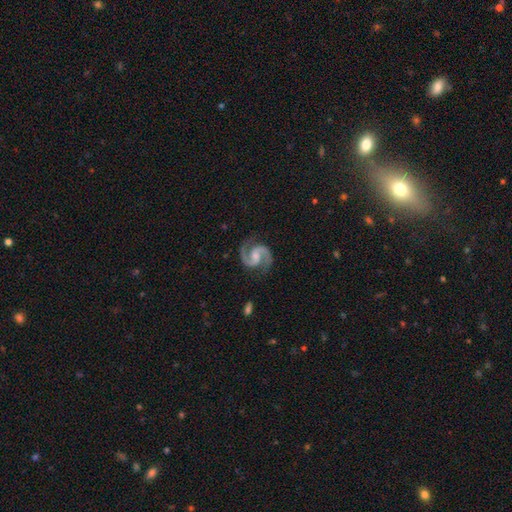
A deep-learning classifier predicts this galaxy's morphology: A featured or disk galaxy (94%) with a weak bar (45%), 2 (95%) medium (68%) spiral arms (99%) and a moderate central bulge (39%).

Vote fractions:
- Smooth or featured? featured or disk: 94% / star or artifact: 3% / smooth: 3%
- Edge-on disk? no: 99% / yes: 1%
- Bar? weak: 45% / no: 41% / strong: 14%
- Spiral arms? yes: 99% / no: 1%
- Spiral winding? medium: 68% / tight: 19% / loose: 13%
- Spiral arm count? 2: 95% / can't tell: 1% / 3: 1% / 1: 1% / 4: 1% / more than 4: 1%
- Bulge size? moderate: 39% / small: 33% / none: 22% / large: 5% / dominant: 1%
- Merging? none: 84% / minor disturbance: 11% / major disturbance: 3% / merger: 1%